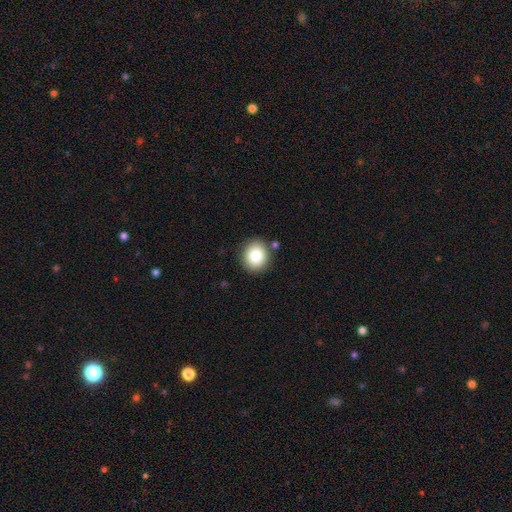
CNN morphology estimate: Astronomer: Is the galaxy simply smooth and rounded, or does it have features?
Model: smooth — 82%.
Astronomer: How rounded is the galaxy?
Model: round — 77%.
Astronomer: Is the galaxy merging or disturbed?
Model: none — 85%.